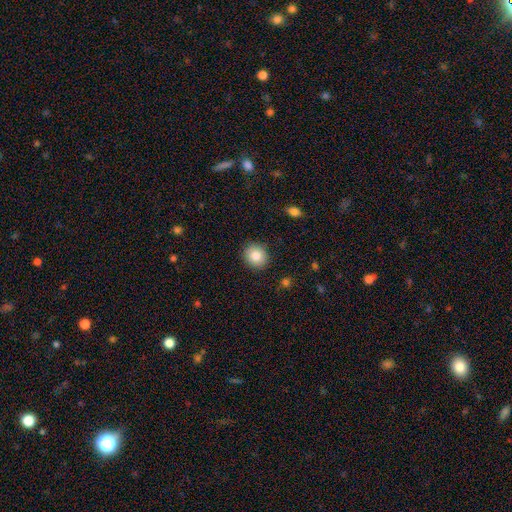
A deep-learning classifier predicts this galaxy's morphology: Smooth or featured: smooth — 84% (star or artifact — 9%)
How rounded: round — 81% (in between — 18%)
Merging: none — 89% (minor disturbance — 7%)